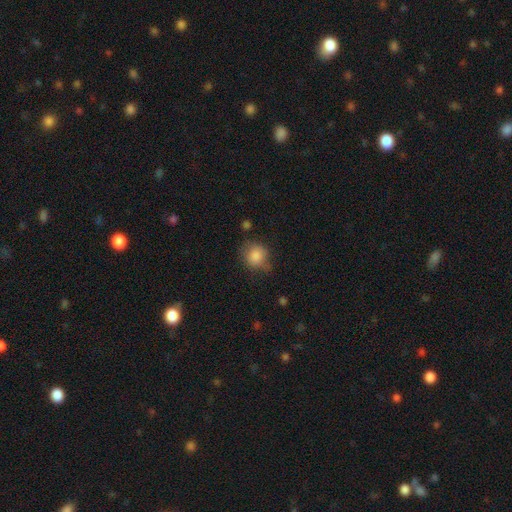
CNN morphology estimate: smooth 84%, star or artifact 9%, featured or disk 7%. Down the decision tree: how rounded — round (80%); merging — none (65%).